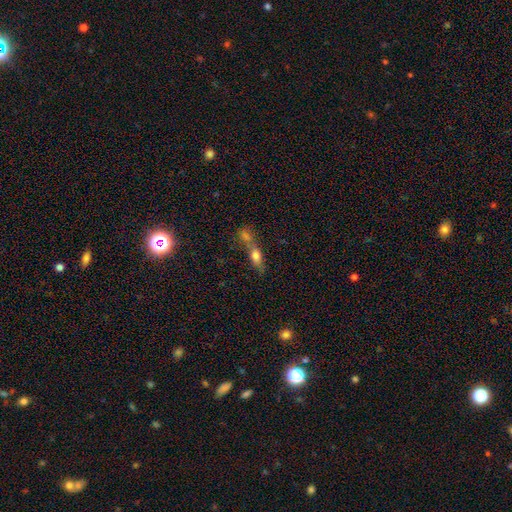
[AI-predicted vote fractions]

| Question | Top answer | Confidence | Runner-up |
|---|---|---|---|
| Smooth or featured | smooth | 70% | featured or disk (19%) |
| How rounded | in between | 69% | cigar-shaped (21%) |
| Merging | merger | 58% | none (27%) |